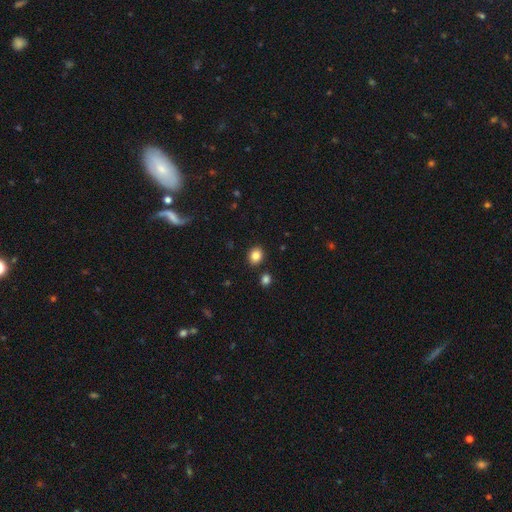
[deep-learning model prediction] smooth 85%, star or artifact 10%, featured or disk 5%. Down the decision tree: how rounded — round (60%); merging — none (87%).